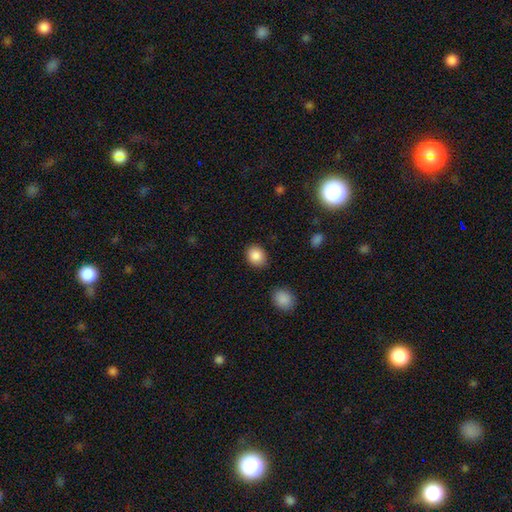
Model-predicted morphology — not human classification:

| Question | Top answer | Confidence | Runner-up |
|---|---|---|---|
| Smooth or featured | smooth | 87% | star or artifact (9%) |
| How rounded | round | 61% | in between (38%) |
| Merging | none | 84% | minor disturbance (11%) |